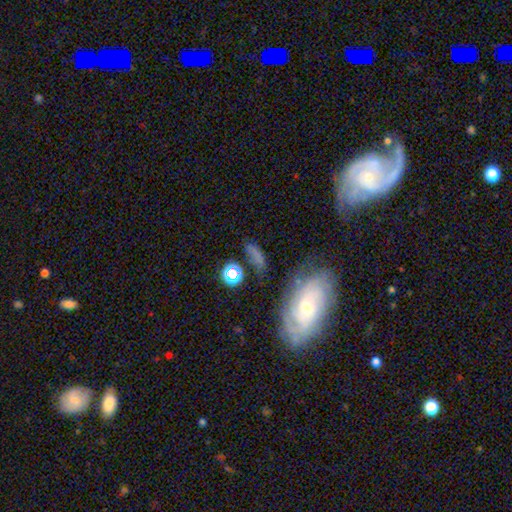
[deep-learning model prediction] Smooth or featured: featured or disk — 41% (smooth — 39%)
Merging: none — 66% (minor disturbance — 18%)